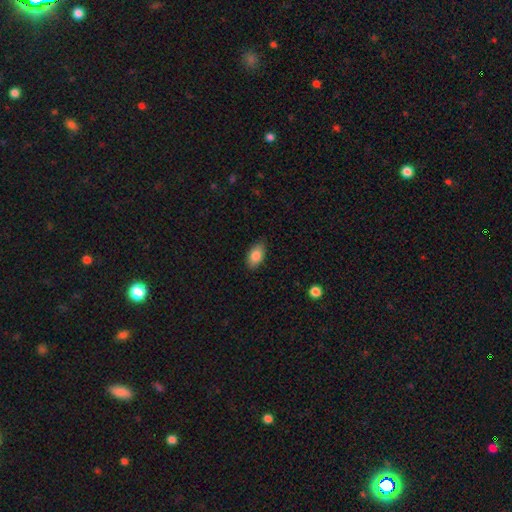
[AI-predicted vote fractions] smooth 85%, featured or disk 8%, star or artifact 7%. Down the decision tree: how rounded — in between (92%); merging — none (84%).